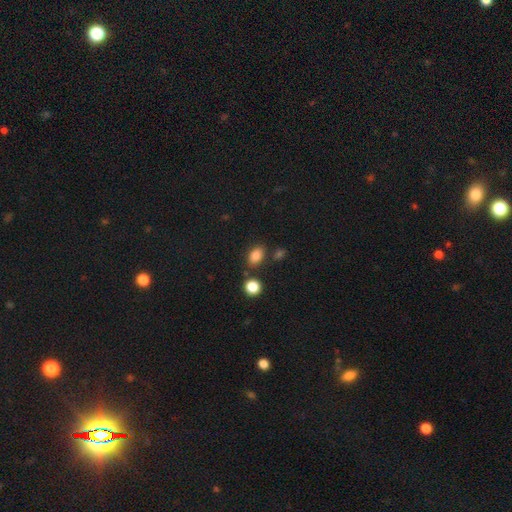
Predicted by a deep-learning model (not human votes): Overall: smooth (84%). How rounded: in between (78%). Merging: none (77%).